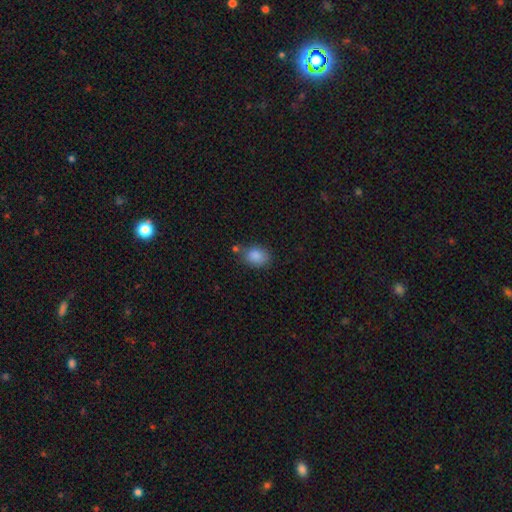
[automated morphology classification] The model was most divided on "how rounded": in between: 67%, round: 32%, cigar-shaped: 1%. More confident: smooth or featured — smooth (87%); merging — none (67%).